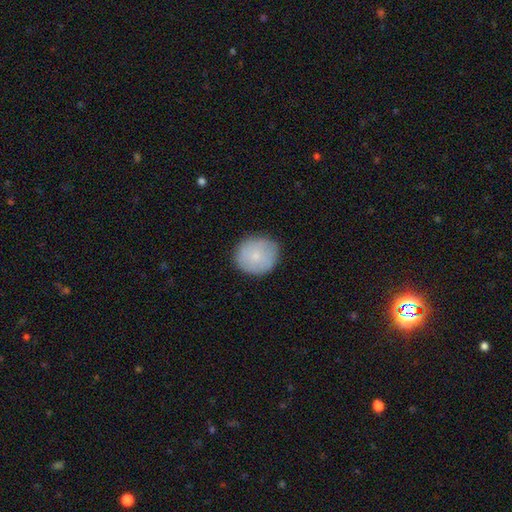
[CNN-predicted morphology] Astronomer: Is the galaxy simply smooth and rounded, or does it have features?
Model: smooth — 78%.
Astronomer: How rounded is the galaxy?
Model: round — 87%.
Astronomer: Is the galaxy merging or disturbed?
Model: none — 84%.